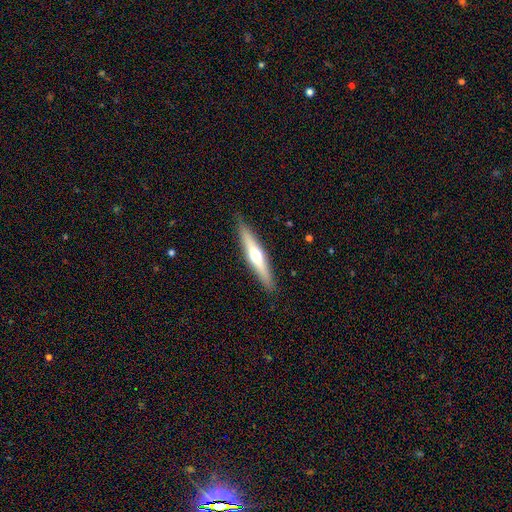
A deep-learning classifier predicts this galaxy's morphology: smooth_or_featured: featured or disk (p=0.57) [alt: smooth p=0.37]
disk_edge_on: yes (p=0.95) [alt: no p=0.05]
edge_on_bulge: rounded (p=0.90) [alt: none p=0.07]
merging: none (p=0.89) [alt: minor disturbance p=0.09]